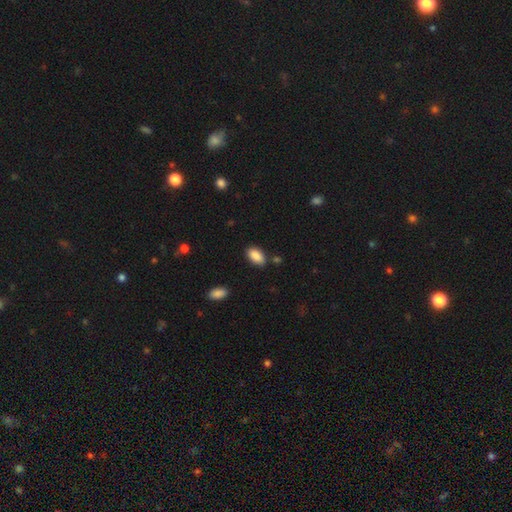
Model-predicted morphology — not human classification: Smooth or featured? smooth (89%)
How rounded? in between (94%)
Merging? none (83%)